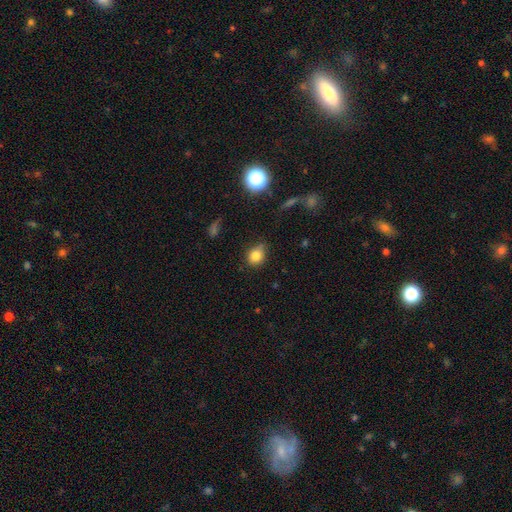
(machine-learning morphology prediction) type=smooth (81%); roundness=round (67%); merging=none (68%).